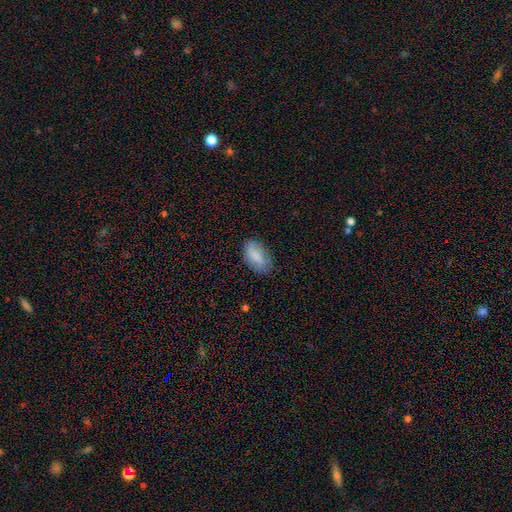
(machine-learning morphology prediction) Smooth or featured? smooth (77%)
How rounded? in between (92%)
Merging? none (76%)